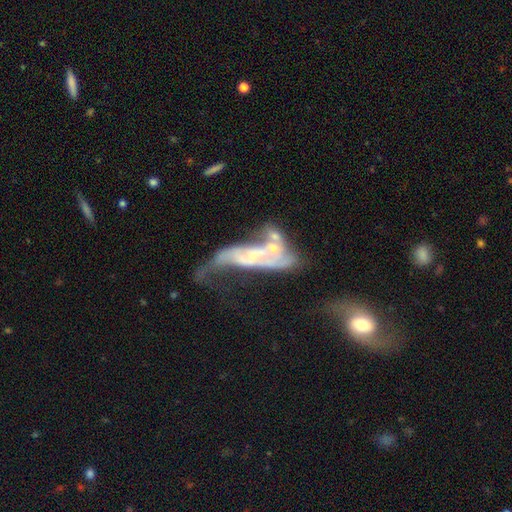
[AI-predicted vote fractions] A featured or disk galaxy (71%) with no bar (64%), spiral arms (61%) and a small central bulge (45%). Merging: merger (53%).